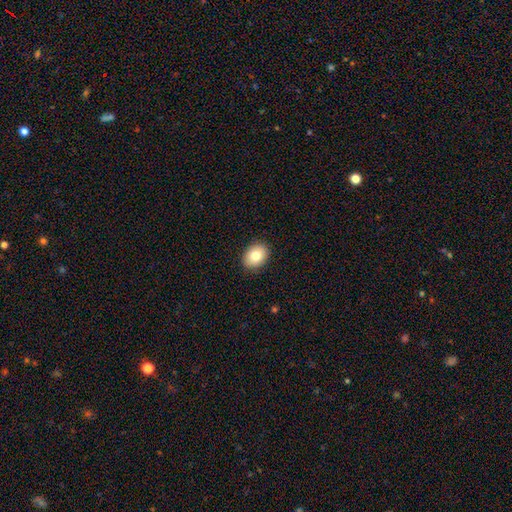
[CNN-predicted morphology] Overall: smooth (80%). How rounded: in between (67%; round 32%). Merging: none (89%).